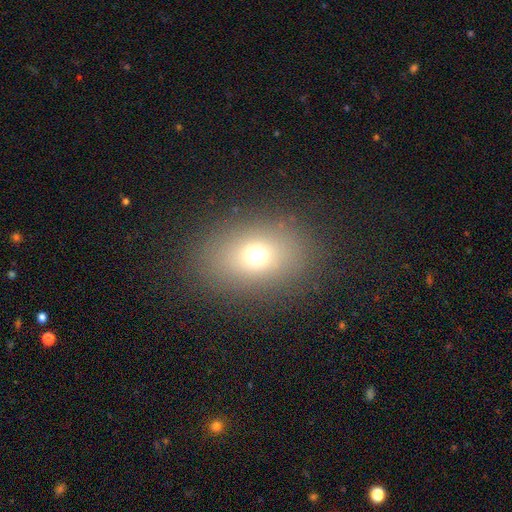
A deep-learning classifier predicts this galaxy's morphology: Q: Smooth or featured?
A: smooth (68%); runner-up: star or artifact (18%)
Q: How rounded?
A: in between (67%); runner-up: round (32%)
Q: Merging?
A: none (84%); runner-up: minor disturbance (9%)